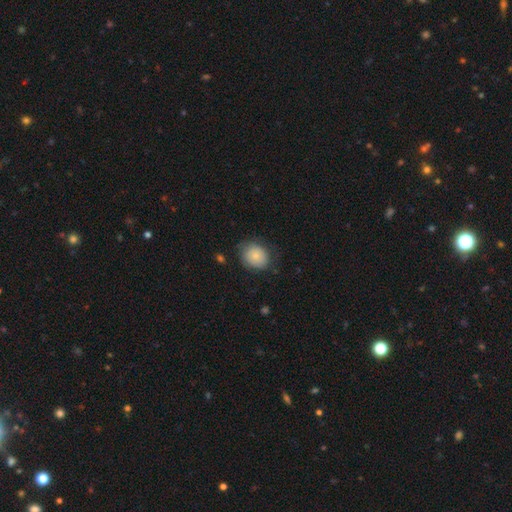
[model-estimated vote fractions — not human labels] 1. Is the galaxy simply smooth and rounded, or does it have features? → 80% smooth, 12% featured or disk, 8% star or artifact.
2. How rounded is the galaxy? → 64% round, 35% in between, 1% cigar-shaped.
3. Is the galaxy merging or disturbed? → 70% none, 22% minor disturbance, 7% major disturbance, 1% merger.